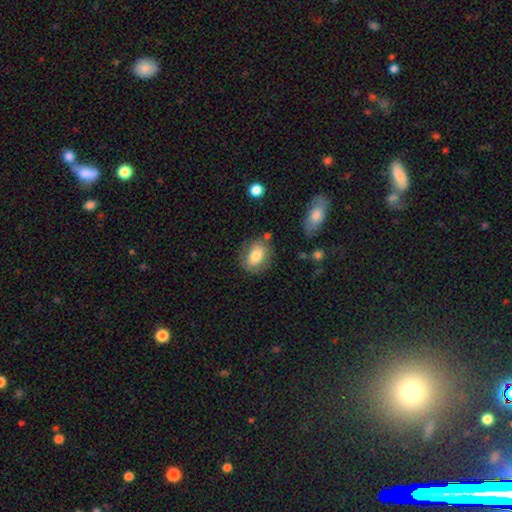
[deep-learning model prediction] The model was most divided on "how rounded": in between: 68%, round: 31%, cigar-shaped: 2%. More confident: smooth or featured — smooth (77%); merging — none (74%).